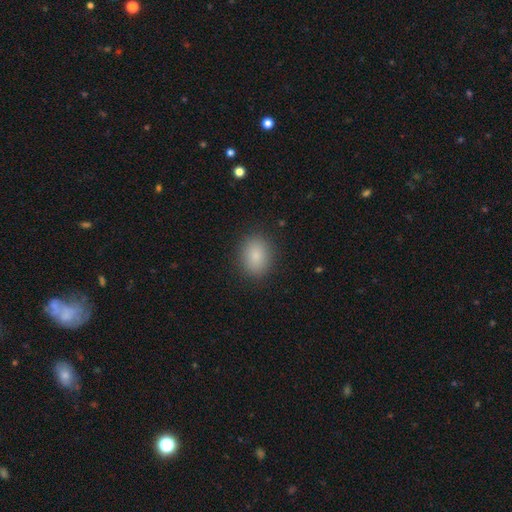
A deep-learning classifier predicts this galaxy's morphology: Q: Smooth or featured?
A: smooth (86%); runner-up: star or artifact (8%)
Q: How rounded?
A: in between (68%); runner-up: round (31%)
Q: Merging?
A: none (87%); runner-up: minor disturbance (9%)